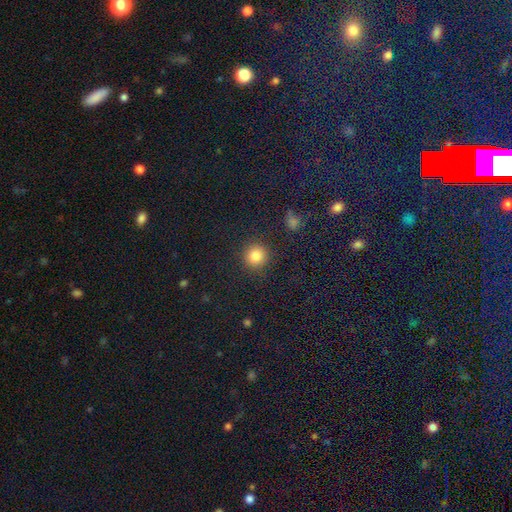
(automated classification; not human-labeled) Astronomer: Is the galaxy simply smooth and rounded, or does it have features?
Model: smooth — 83%.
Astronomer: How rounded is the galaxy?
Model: round — 93%.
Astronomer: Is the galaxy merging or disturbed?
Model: none — 90%.